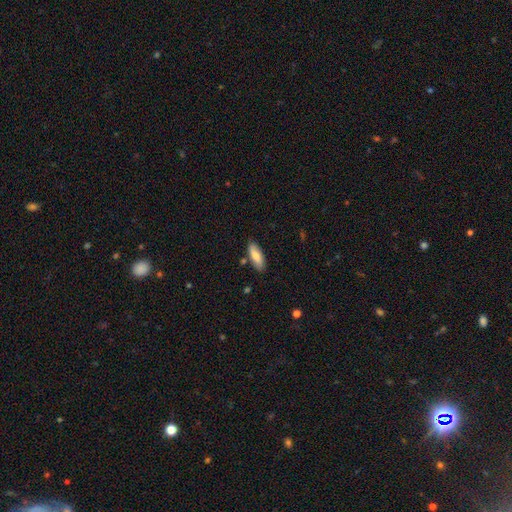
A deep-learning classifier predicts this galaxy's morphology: smooth-or-featured: smooth: 73% | featured or disk: 21% | star or artifact: 6%
  how-rounded: in between: 71% | cigar-shaped: 27% | round: 2%
  merging: none: 83% | minor disturbance: 12% | merger: 3% | major disturbance: 2%